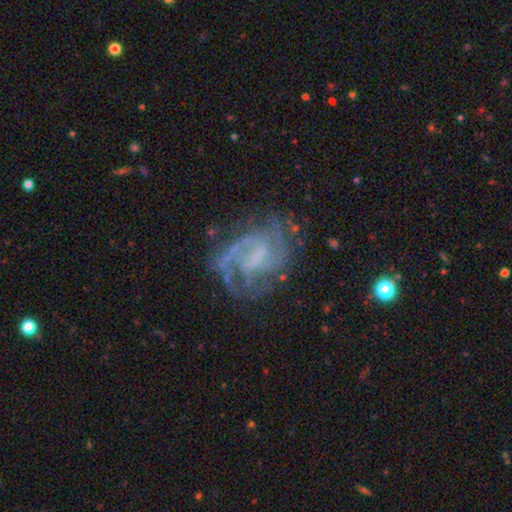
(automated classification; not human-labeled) Smooth or featured: featured or disk — 83% (smooth — 9%)
Edge-on disk: no — 97% (yes — 3%)
Bar: weak — 50% (no — 25%)
Spiral arms: yes — 90% (no — 10%)
Spiral winding: medium — 45% (tight — 38%)
Spiral arm count: 2 — 39% (can't tell — 27%)
Bulge size: none — 49% (small — 28%)
Merging: none — 59% (minor disturbance — 19%)